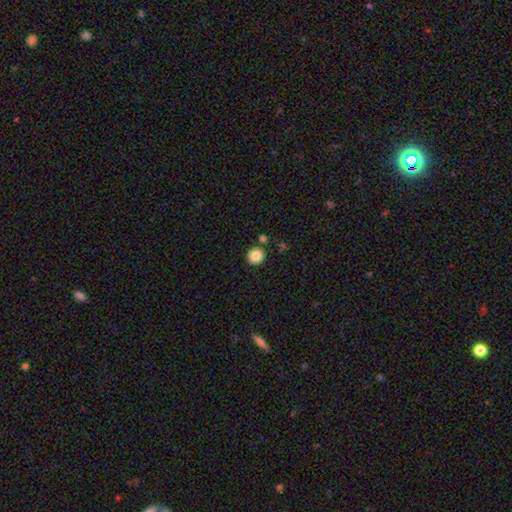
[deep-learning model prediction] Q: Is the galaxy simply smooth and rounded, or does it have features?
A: smooth — 85%.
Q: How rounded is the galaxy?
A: round — 89%.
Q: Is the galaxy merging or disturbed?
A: none — 85%.